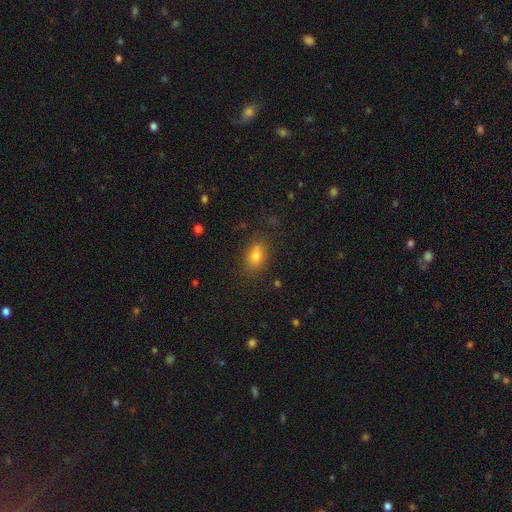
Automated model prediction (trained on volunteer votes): Overall: smooth (75%). How rounded: in between (69%). Merging: none (72%).